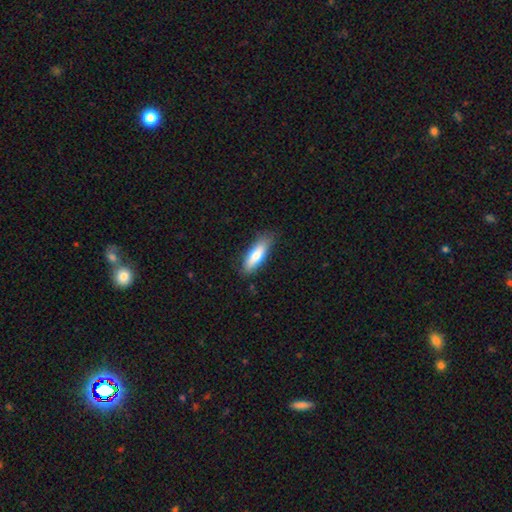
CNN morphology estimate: A smooth galaxy with no disk features (75%) that is in between round and cigar-shaped (50%). Merging: none (82%).